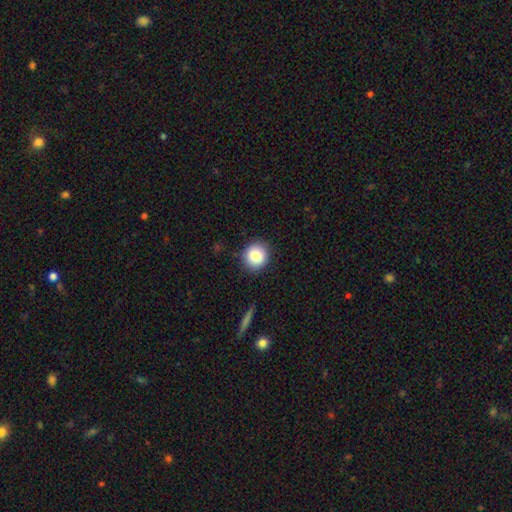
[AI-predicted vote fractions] Smooth or featured? Predicted: smooth (p=0.82). How rounded? Predicted: round (p=0.92). Merging? Predicted: none (p=0.89).